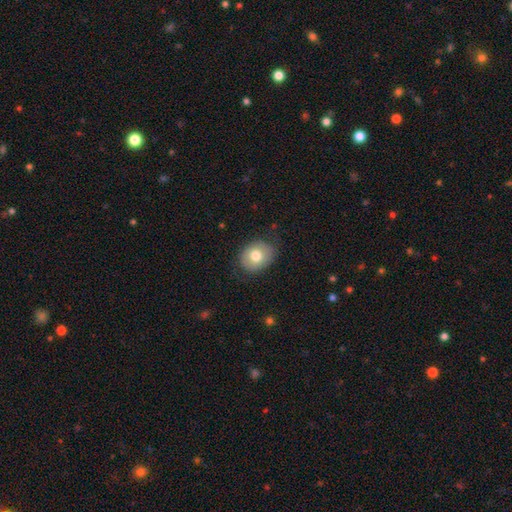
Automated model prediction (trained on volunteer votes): Smooth or featured? Predicted: smooth (p=0.74). How rounded? Predicted: round (p=0.50). Merging? Predicted: none (p=0.77).